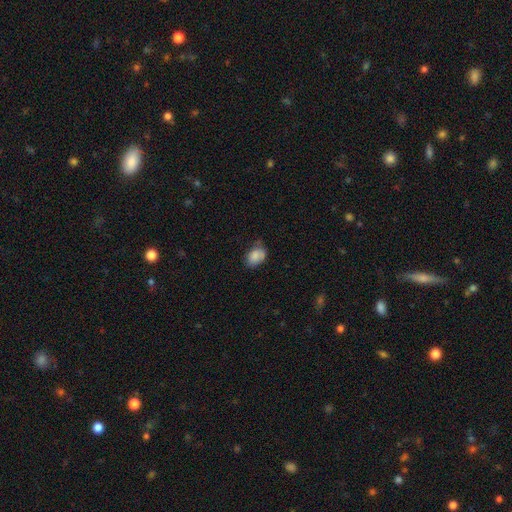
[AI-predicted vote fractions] A smooth galaxy with no disk features (79%) that is in between round and cigar-shaped (79%).

Vote fractions:
- Smooth or featured? smooth: 79% / featured or disk: 13% / star or artifact: 8%
- How rounded? in between: 79% / round: 20% / cigar-shaped: 1%
- Merging? none: 57% / minor disturbance: 31% / major disturbance: 8% / merger: 4%